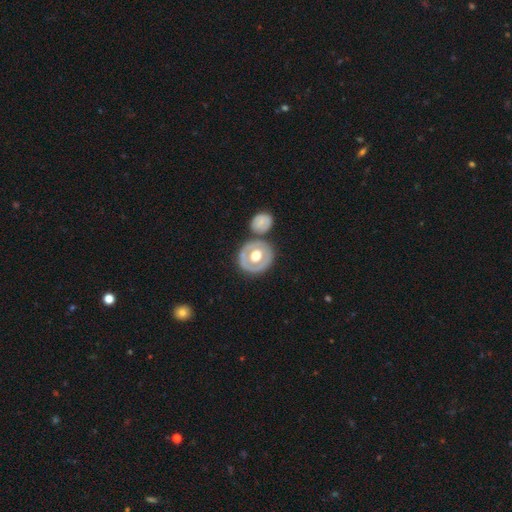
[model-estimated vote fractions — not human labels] A featured or disk galaxy (52%). Merging: none (71%).